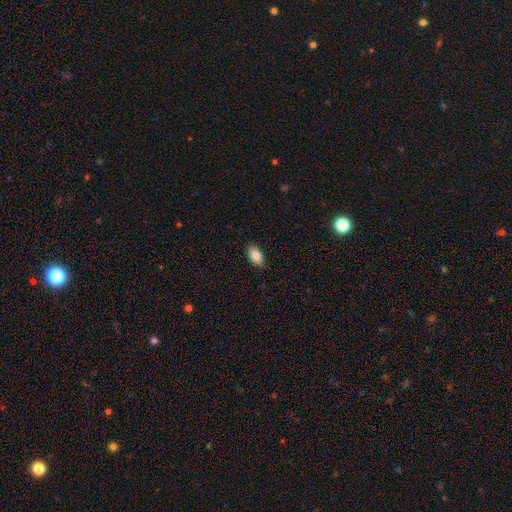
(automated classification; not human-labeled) Morphology: type=smooth (85%); roundness=in between (93%); merging=none (87%).